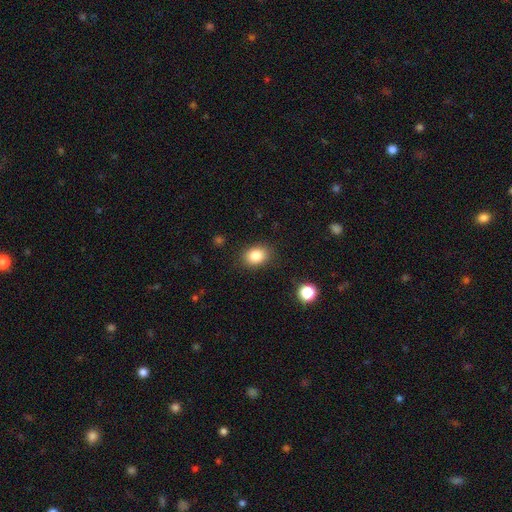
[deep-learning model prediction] This is clearly a smooth galaxy (84%). How rounded: likely in between (61%). Merging: clearly none (86%).